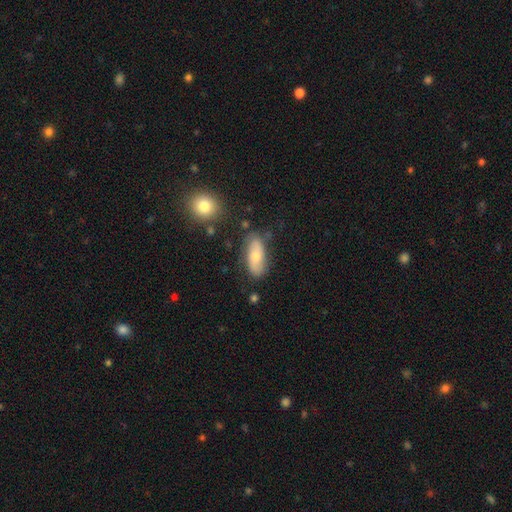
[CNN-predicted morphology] Smooth or featured? smooth (66%)
How rounded? in between (79%)
Merging? none (73%)